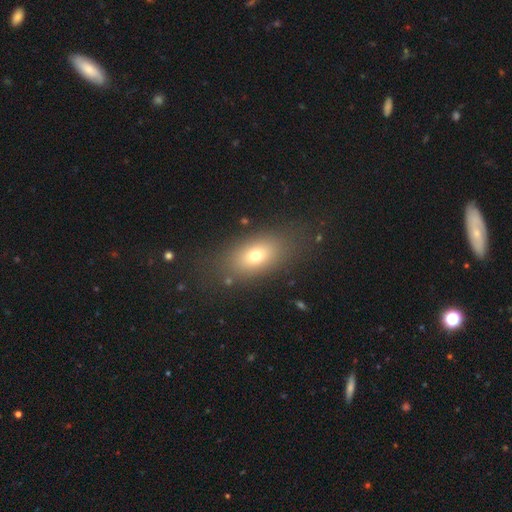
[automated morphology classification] Smooth or featured? Predicted: smooth (p=0.70). How rounded? Predicted: in between (p=0.80). Merging? Predicted: none (p=0.79).